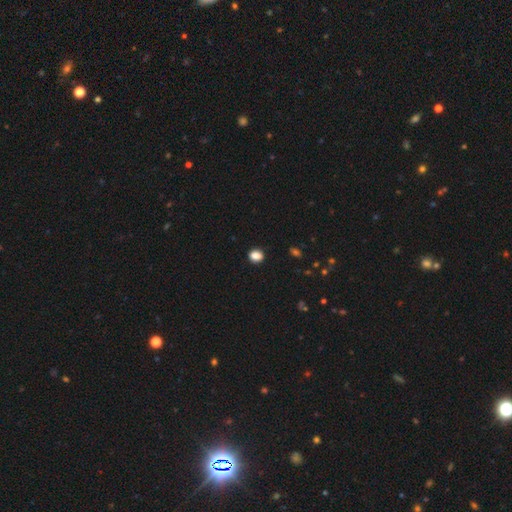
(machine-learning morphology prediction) The model was most divided on "how rounded": round: 61%, in between: 37%, cigar-shaped: 1%. More confident: merging — none (89%); smooth or featured — smooth (85%).